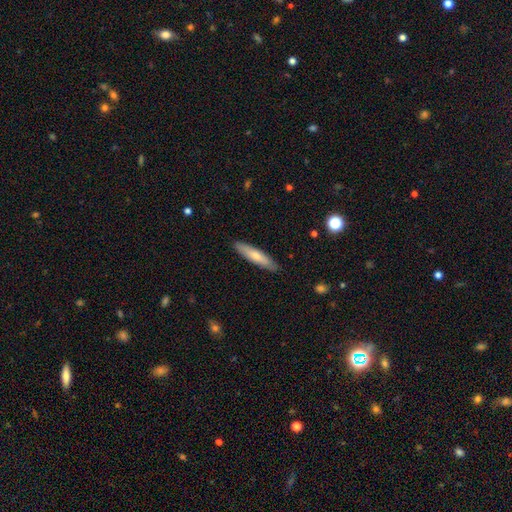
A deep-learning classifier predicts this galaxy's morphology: Smooth or featured? smooth (69%)
How rounded? cigar-shaped (83%)
Merging? none (88%)